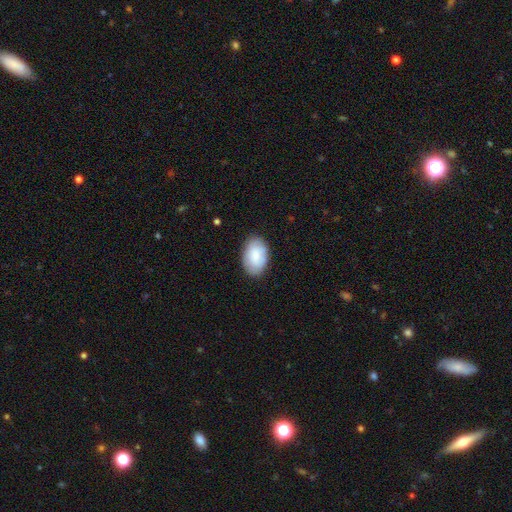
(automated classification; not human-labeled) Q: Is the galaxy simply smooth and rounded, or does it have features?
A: smooth — 81%.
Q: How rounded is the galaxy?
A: in between — 92%.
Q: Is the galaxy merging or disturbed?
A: none — 83%.